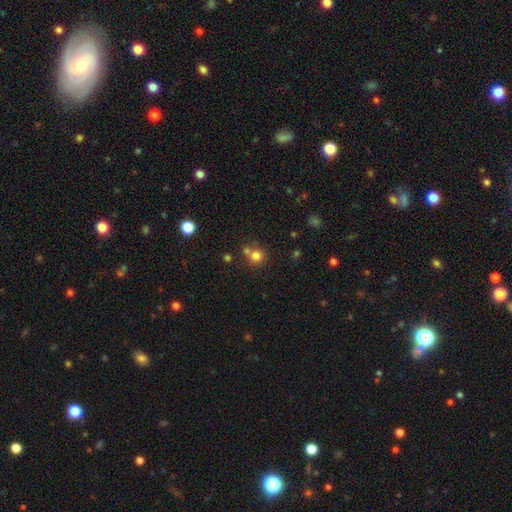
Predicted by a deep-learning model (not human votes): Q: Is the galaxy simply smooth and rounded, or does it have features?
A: smooth — 77%.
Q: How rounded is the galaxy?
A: round — 89%.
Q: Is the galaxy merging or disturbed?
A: none — 57%.